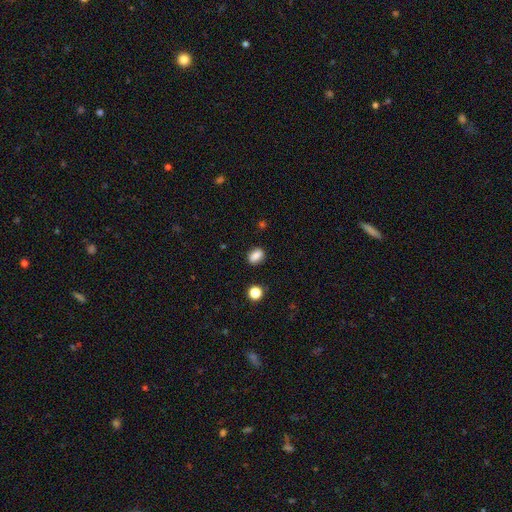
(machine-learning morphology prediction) smooth_or_featured: smooth (p=0.85) [alt: star or artifact p=0.10]
how_rounded: in between (p=0.71) [alt: round p=0.26]
merging: none (p=0.84) [alt: minor disturbance p=0.11]